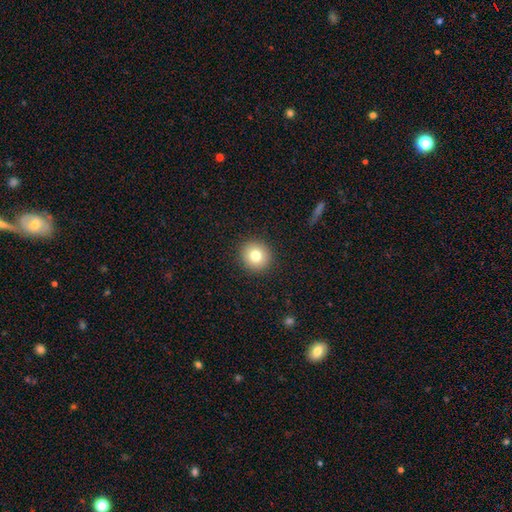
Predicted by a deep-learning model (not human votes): Q: Smooth or featured?
A: smooth (78%); runner-up: star or artifact (11%)
Q: How rounded?
A: round (94%); runner-up: in between (5%)
Q: Merging?
A: none (92%); runner-up: minor disturbance (5%)